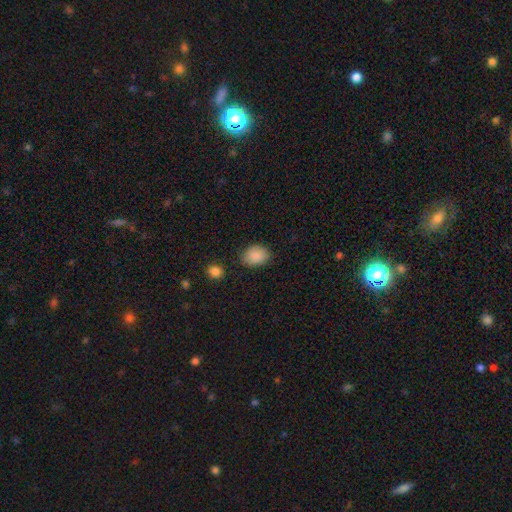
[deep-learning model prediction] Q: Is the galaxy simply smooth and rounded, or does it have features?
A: smooth — 88%.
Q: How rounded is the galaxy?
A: in between — 65%.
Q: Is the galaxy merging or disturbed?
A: none — 79%.